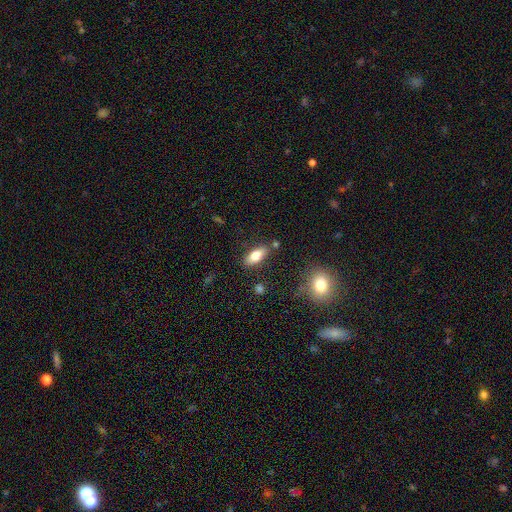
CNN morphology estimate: Overall: smooth (75%). How rounded: in between (80%). Merging: none (81%).